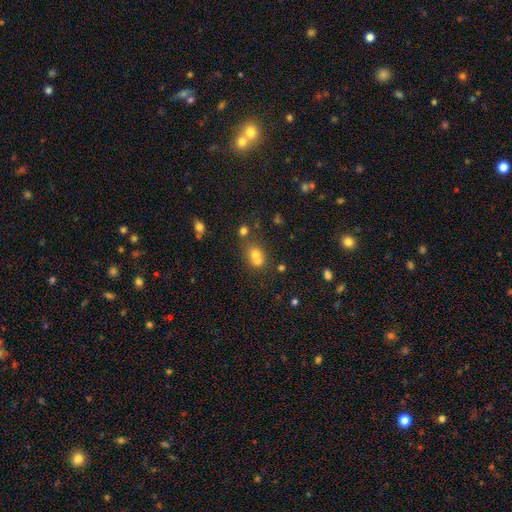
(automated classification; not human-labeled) smooth 65%, star or artifact 19%, featured or disk 16%. Down the decision tree: how rounded — round (69%); merging — merger (51%).